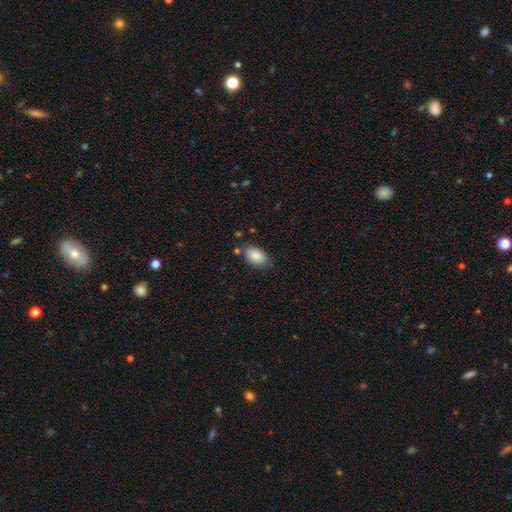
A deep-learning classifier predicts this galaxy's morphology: type=smooth (88%); roundness=in between (93%); merging=none (72%).